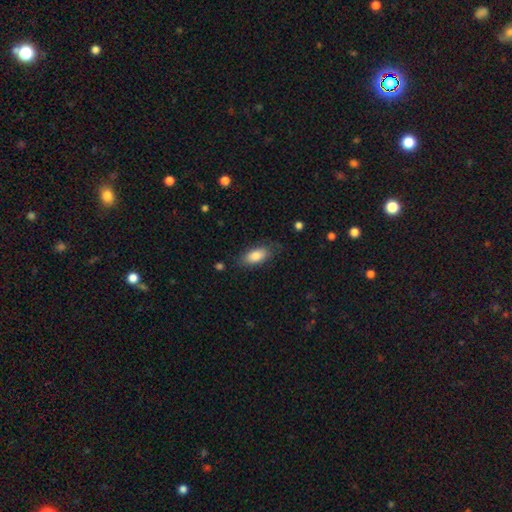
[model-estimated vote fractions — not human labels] A smooth galaxy with no disk features (83%) that is in between round and cigar-shaped (88%).

Vote fractions:
- Smooth or featured? smooth: 83% / featured or disk: 11% / star or artifact: 7%
- How rounded? in between: 88% / cigar-shaped: 9% / round: 3%
- Merging? none: 75% / minor disturbance: 18% / major disturbance: 5% / merger: 2%